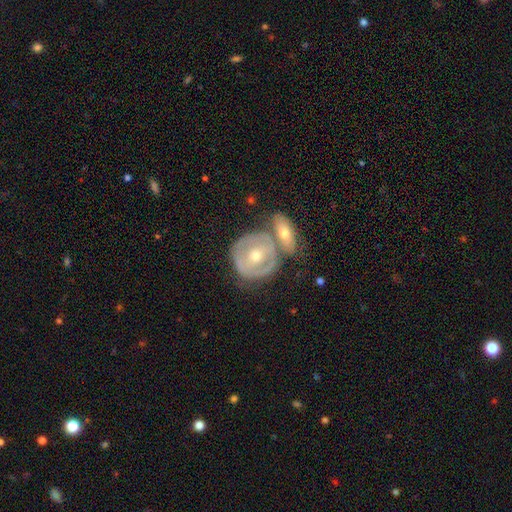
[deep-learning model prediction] Smooth or featured? Predicted: featured or disk (p=0.70). Edge-on disk? Predicted: no (p=0.94). Bar? Predicted: no (p=0.62). Spiral arms? Predicted: yes (p=0.51). Bulge size? Predicted: moderate (p=0.57). Merging? Predicted: none (p=0.48).